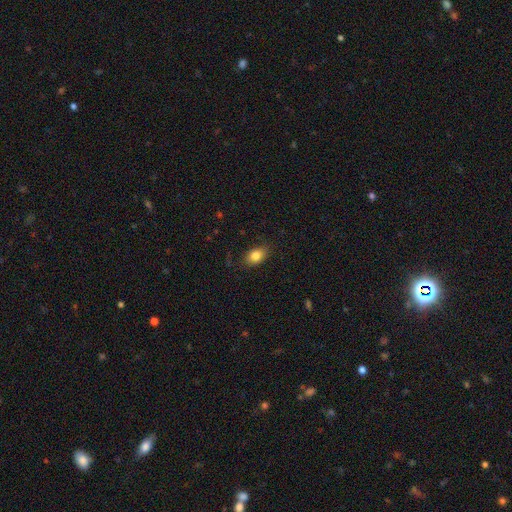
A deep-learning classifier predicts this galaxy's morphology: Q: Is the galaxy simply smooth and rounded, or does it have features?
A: smooth — 83%.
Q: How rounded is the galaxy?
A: in between — 81%.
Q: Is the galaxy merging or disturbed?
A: none — 82%.